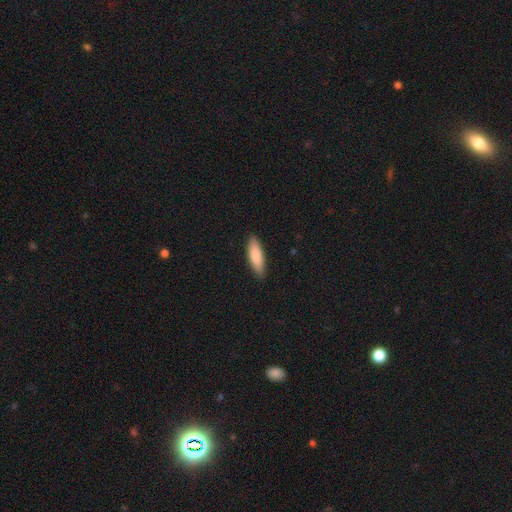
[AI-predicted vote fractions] This is clearly a smooth galaxy (86%). How rounded: possibly in between (49%, tied with cigar-shaped). Merging: clearly none (87%).